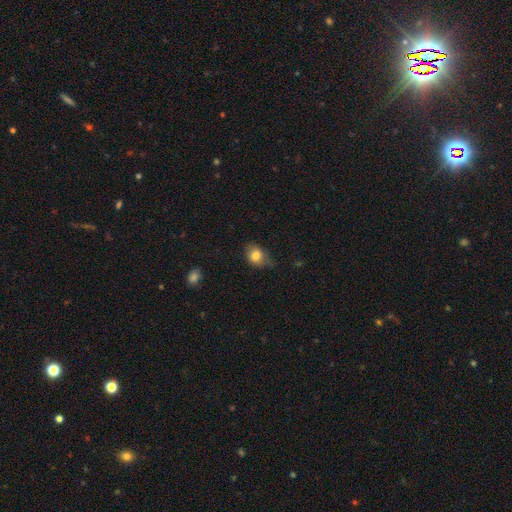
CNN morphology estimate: Smooth or featured? smooth (80%)
How rounded? in between (59%)
Merging? none (58%)